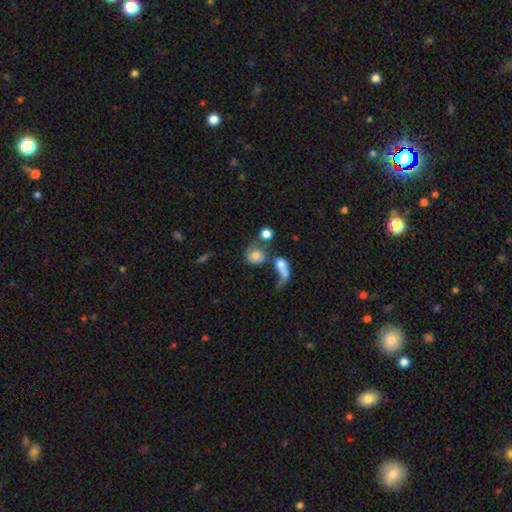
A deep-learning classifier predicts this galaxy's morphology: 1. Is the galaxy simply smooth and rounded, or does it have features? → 58% smooth, 31% featured or disk, 11% star or artifact.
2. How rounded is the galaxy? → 69% round, 29% in between, 2% cigar-shaped.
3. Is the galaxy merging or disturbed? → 49% merger, 22% major disturbance, 20% none, 9% minor disturbance.